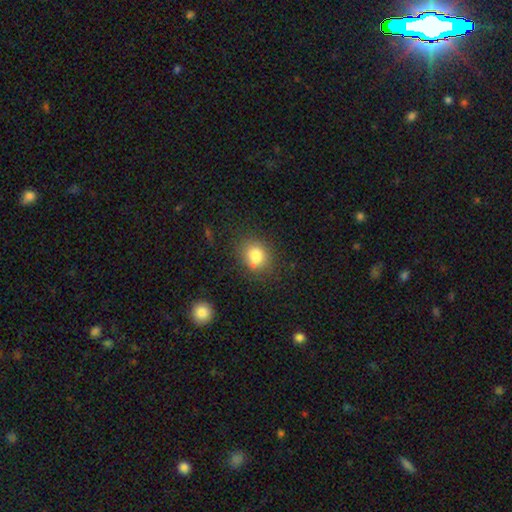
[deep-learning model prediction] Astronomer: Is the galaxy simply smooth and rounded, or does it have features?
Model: smooth — 80%.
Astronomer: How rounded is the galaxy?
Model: round — 58% (runner-up: in between, 41%).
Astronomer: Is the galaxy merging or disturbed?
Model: none — 68%.